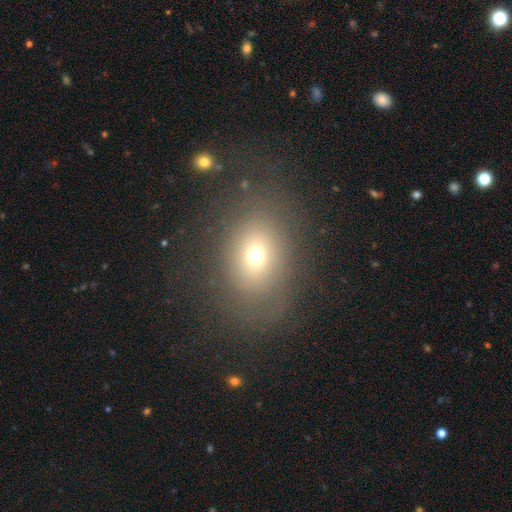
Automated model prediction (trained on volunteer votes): Smooth or featured? Predicted: smooth (p=0.65). How rounded? Predicted: in between (p=0.60). Merging? Predicted: none (p=0.72).